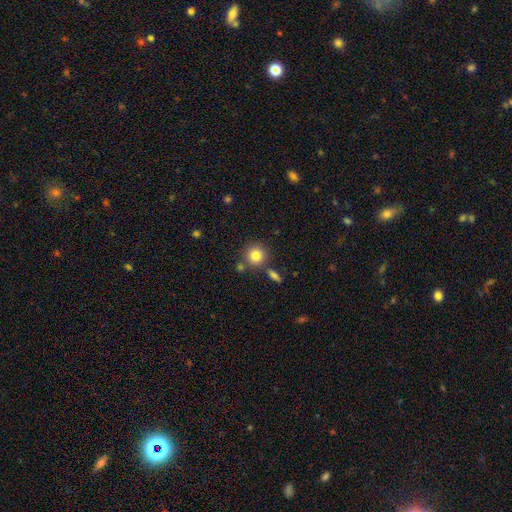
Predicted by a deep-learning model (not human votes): smooth_or_featured: smooth (p=0.83) [alt: star or artifact p=0.10]
how_rounded: round (p=0.92) [alt: in between p=0.07]
merging: none (p=0.76) [alt: merger p=0.12]